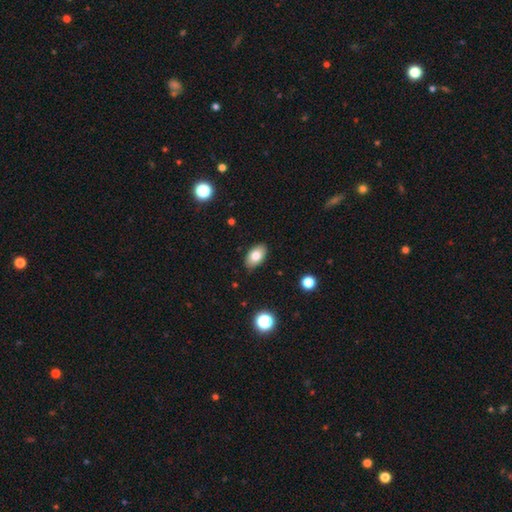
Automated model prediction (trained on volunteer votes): Smooth or featured: smooth — 80% (featured or disk — 12%)
How rounded: in between — 92% (round — 6%)
Merging: none — 86% (minor disturbance — 10%)